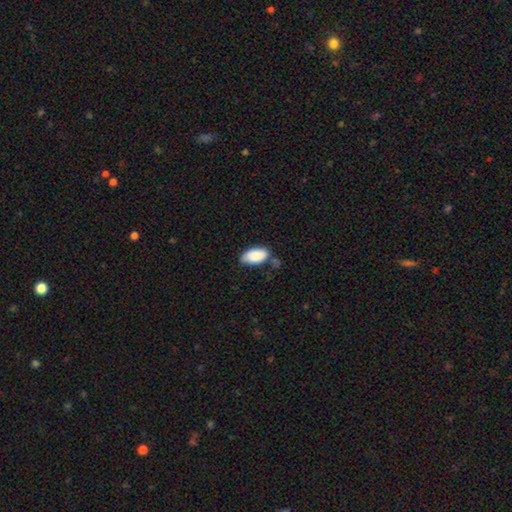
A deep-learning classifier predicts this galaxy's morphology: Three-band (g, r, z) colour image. It shows a smooth galaxy with no disk features (88%) that is in between round and cigar-shaped (94%). Merging: none (60%).